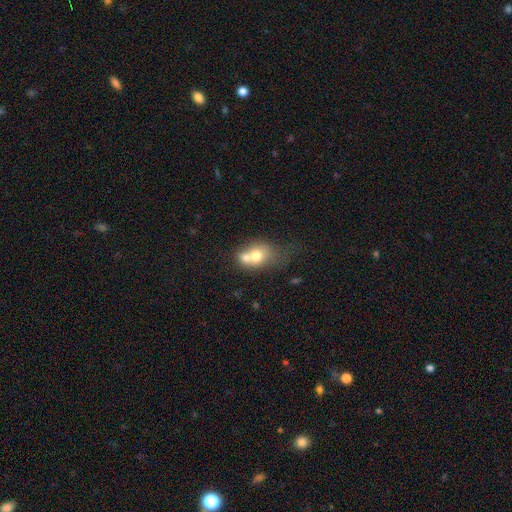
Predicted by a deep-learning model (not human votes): This is likely a smooth galaxy (65%). How rounded: possibly in between (49%, tied with round). Merging: likely merger (65%).